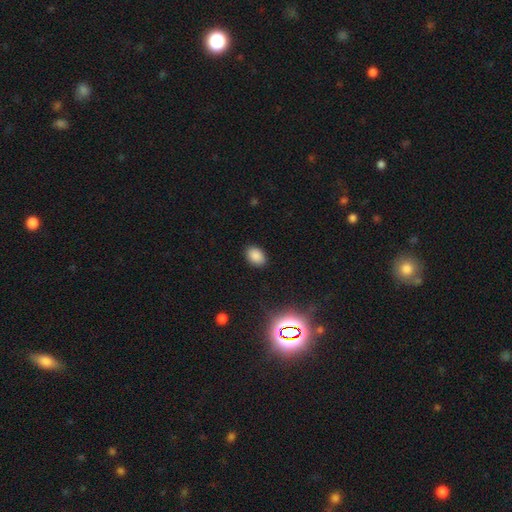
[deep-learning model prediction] A smooth galaxy with no disk features (85%) that is in between round and cigar-shaped (79%). Merging: none (88%).